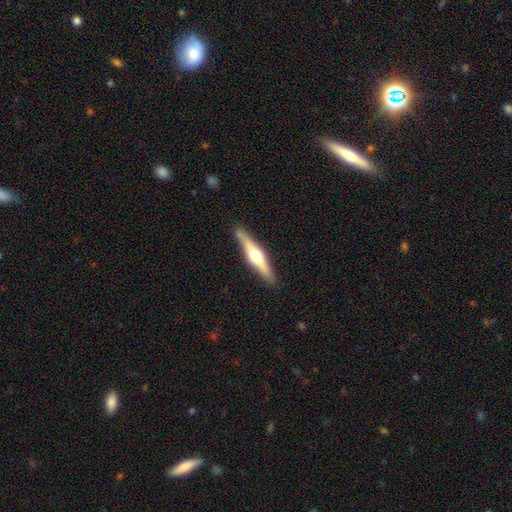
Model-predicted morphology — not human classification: featured or disk 67%, smooth 28%, star or artifact 5%. Down the decision tree: edge-on disk — yes (97%); edge-on bulge — rounded (93%); merging — none (88%).